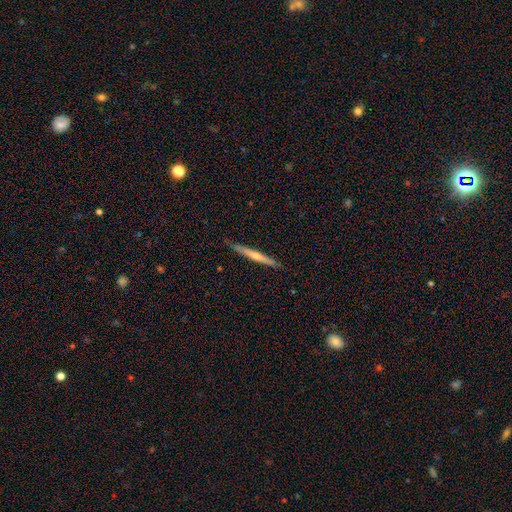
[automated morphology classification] Smooth or featured: featured or disk — 68% (smooth — 26%)
Edge-on disk: yes — 98% (no — 2%)
Edge-on bulge: rounded — 70% (none — 25%)
Merging: none — 89% (minor disturbance — 8%)